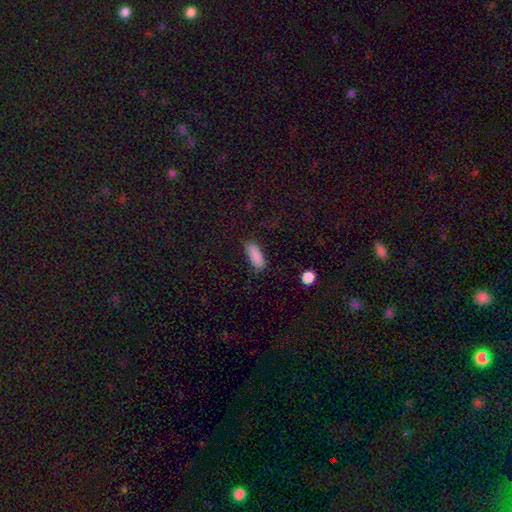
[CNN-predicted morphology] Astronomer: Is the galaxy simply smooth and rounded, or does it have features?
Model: smooth — 88%.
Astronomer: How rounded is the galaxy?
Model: in between — 68%.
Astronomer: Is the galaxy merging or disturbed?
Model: none — 80%.